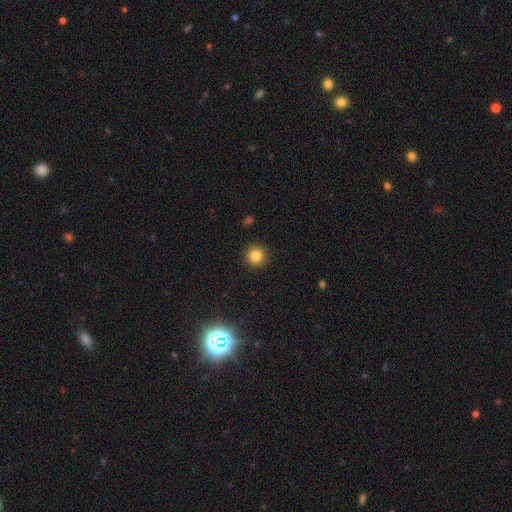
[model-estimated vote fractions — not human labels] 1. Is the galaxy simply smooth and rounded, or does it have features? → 83% smooth, 12% star or artifact, 5% featured or disk.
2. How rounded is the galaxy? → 94% round, 5% in between, 1% cigar-shaped.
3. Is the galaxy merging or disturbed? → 92% none, 5% minor disturbance, 2% major disturbance, 1% merger.